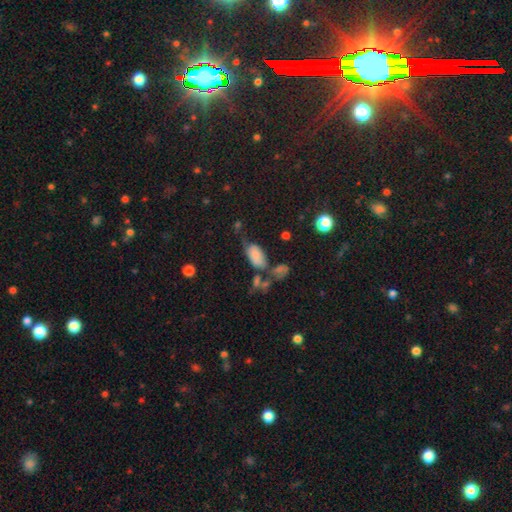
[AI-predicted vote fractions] Overall: smooth (77%). How rounded: in between (92%). Merging: none (37%; minor disturbance 25%).